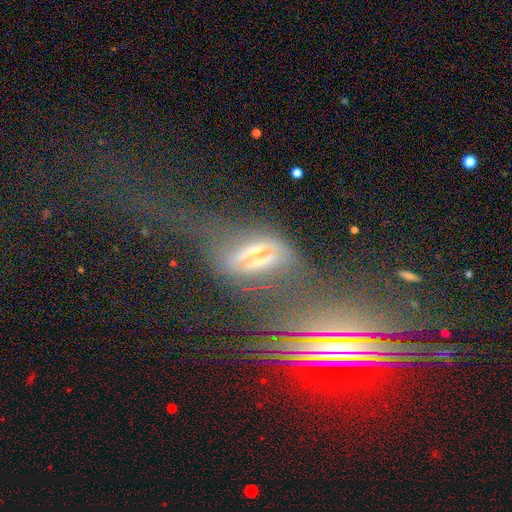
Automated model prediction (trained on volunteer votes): featured or disk 55%, star or artifact 23%, smooth 22%. Down the decision tree: edge-on disk — yes (51%); merging — none (34%, tied with major disturbance).